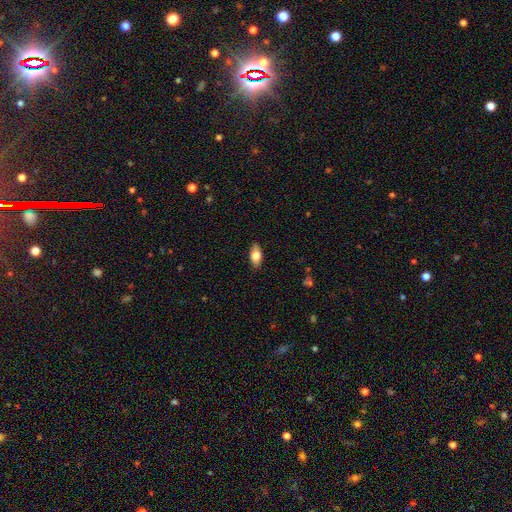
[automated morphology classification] Smooth or featured? Predicted: smooth (p=0.76). How rounded? Predicted: in between (p=0.87). Merging? Predicted: none (p=0.86).